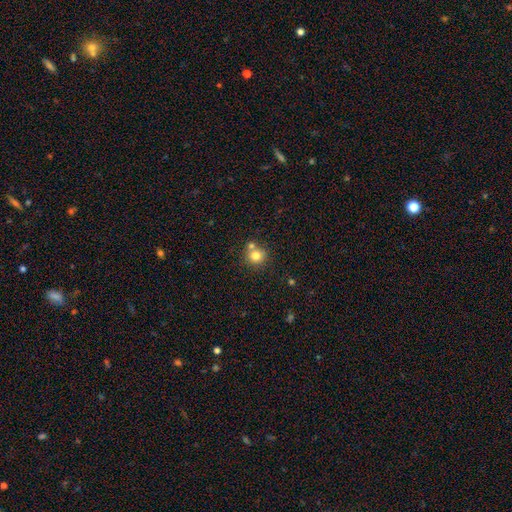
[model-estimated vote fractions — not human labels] A smooth galaxy with no disk features (78%) that is round (89%).

Vote fractions:
- Smooth or featured? smooth: 78% / star or artifact: 12% / featured or disk: 10%
- How rounded? round: 89% / in between: 10% / cigar-shaped: 1%
- Merging? none: 61% / merger: 27% / minor disturbance: 9% / major disturbance: 3%